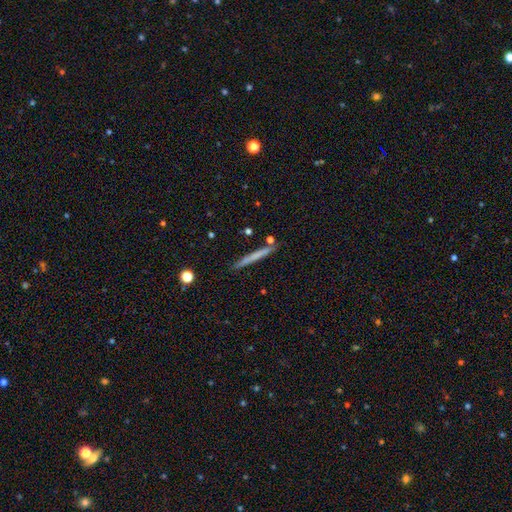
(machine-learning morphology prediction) Q: Smooth or featured?
A: smooth (61%); runner-up: featured or disk (33%)
Q: How rounded?
A: cigar-shaped (96%); runner-up: in between (2%)
Q: Merging?
A: none (86%); runner-up: minor disturbance (8%)